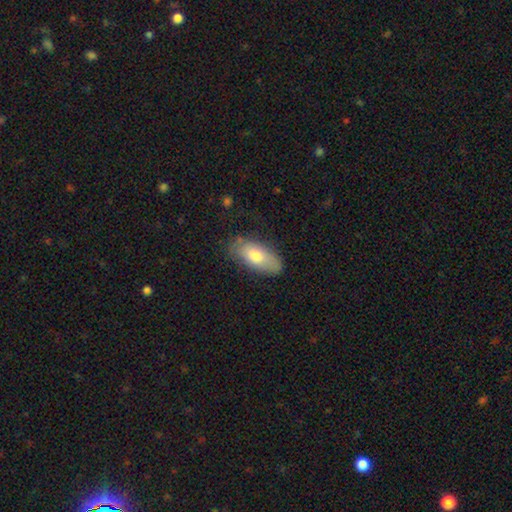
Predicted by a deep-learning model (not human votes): Morphology: type=smooth (72%); roundness=in between (89%); merging=none (75%).